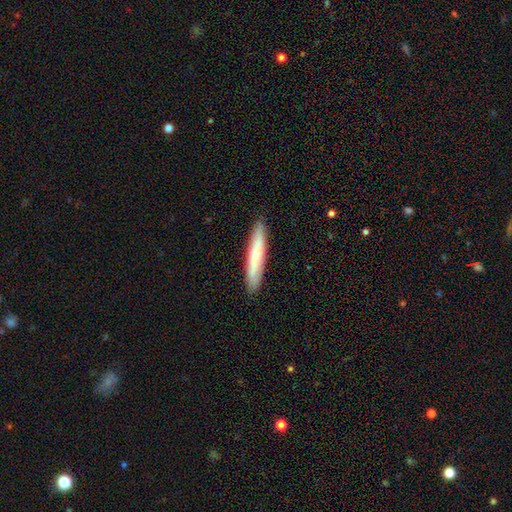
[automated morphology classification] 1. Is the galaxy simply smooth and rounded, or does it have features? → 65% smooth, 29% featured or disk, 6% star or artifact.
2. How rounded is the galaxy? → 92% cigar-shaped, 7% in between, 1% round.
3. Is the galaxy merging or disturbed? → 91% none, 7% minor disturbance, 1% major disturbance, 1% merger.